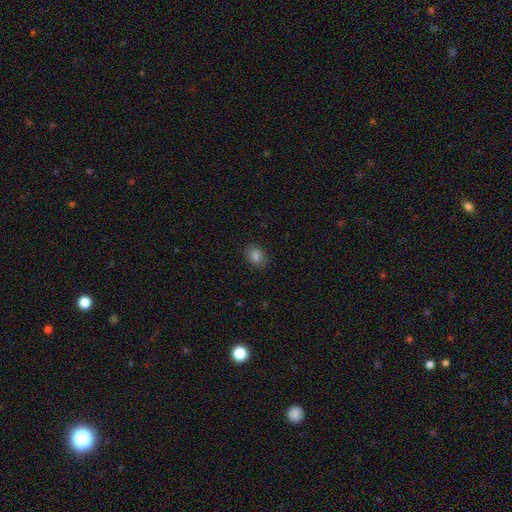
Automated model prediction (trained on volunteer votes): A smooth galaxy with no disk features (83%) that is in between round and cigar-shaped (54%).

Vote fractions:
- Smooth or featured? smooth: 83% / star or artifact: 11% / featured or disk: 6%
- How rounded? in between: 54% / round: 45% / cigar-shaped: 1%
- Merging? none: 86% / minor disturbance: 11% / major disturbance: 3% / merger: 1%